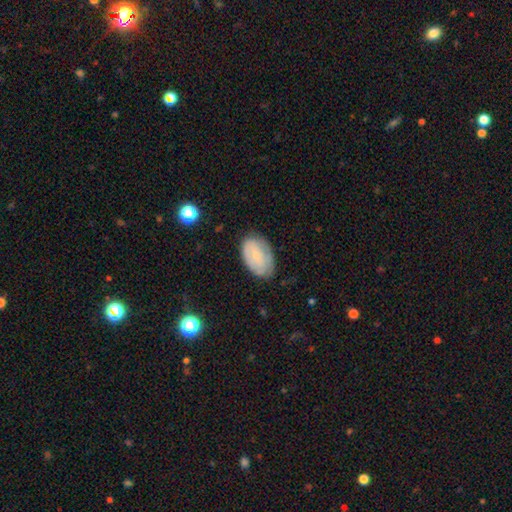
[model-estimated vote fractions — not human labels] Morphology: type=smooth (57%); roundness=in between (90%); merging=none (71%).